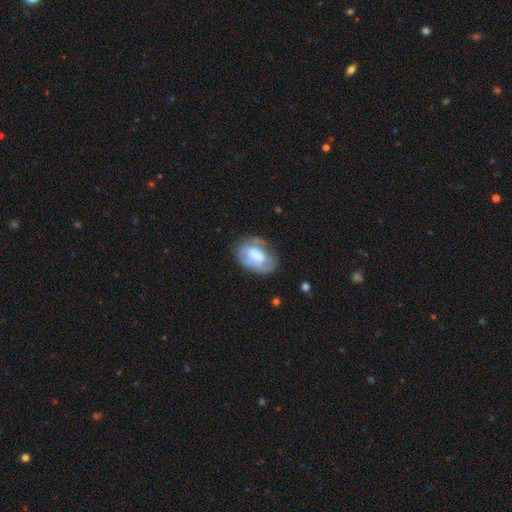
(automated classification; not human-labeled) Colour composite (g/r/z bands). It shows a smooth galaxy with no disk features (48%). Merging: none (54%).